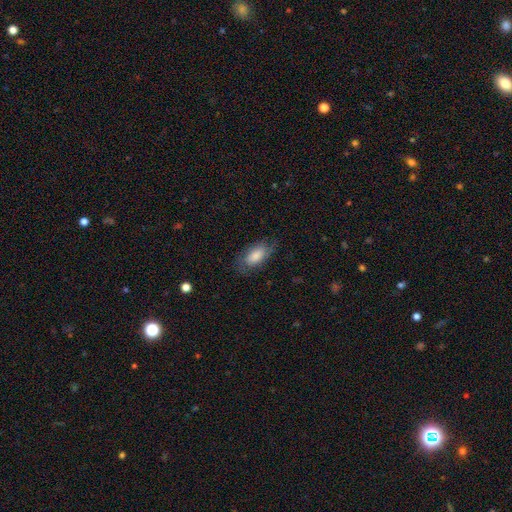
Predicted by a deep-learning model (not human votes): This appears to be a smooth galaxy with no disk features (74%) that is in between round and cigar-shaped (89%). Merging: none (71%).